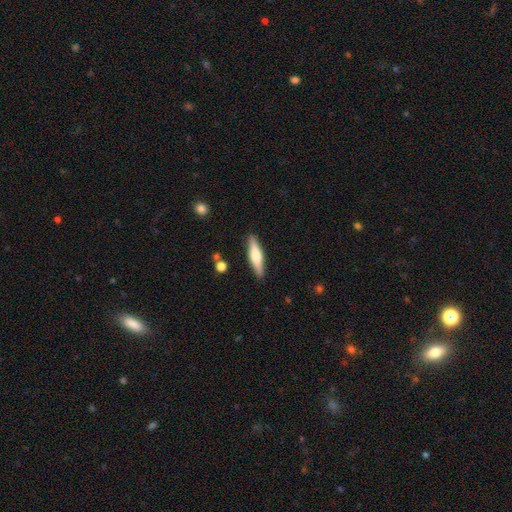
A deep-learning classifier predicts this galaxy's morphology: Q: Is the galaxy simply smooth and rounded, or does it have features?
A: smooth — 50%.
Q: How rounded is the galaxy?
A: cigar-shaped — 80%.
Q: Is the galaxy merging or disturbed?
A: none — 89%.